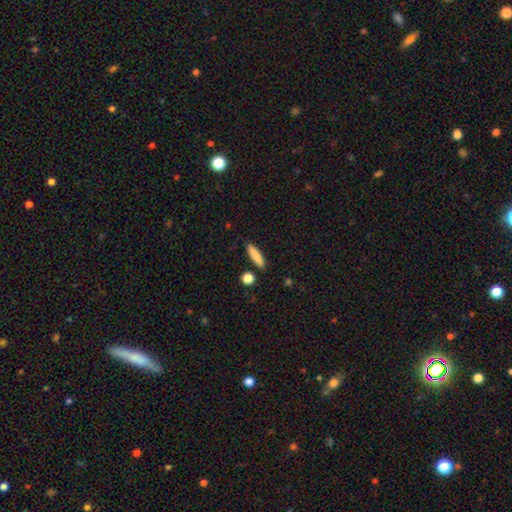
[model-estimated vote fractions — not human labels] Smooth or featured?
  - smooth: 85% *
  - featured or disk: 9%
  - star or artifact: 6%
How rounded?
  - cigar-shaped: 73% *
  - in between: 25%
  - round: 3%
Merging?
  - none: 87% *
  - minor disturbance: 8%
  - merger: 3%
  - major disturbance: 2%